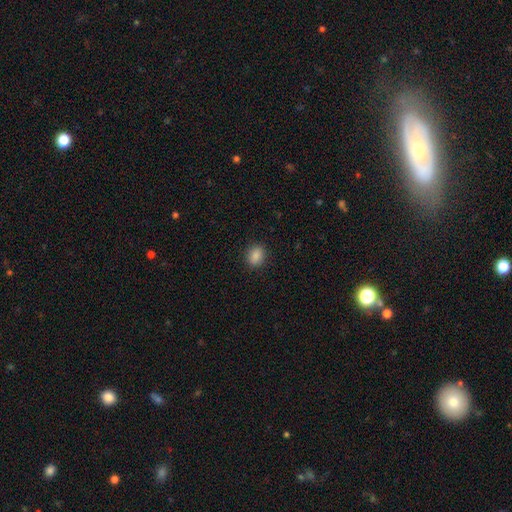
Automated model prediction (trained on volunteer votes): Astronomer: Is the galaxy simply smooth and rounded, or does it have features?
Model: smooth — 87%.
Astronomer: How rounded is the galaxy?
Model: in between — 53% (runner-up: round, 46%).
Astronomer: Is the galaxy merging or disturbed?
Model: none — 89%.